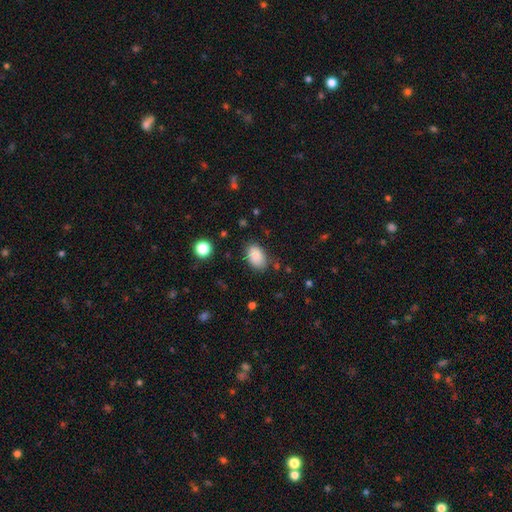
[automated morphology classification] smooth 88%, star or artifact 8%, featured or disk 4%. Down the decision tree: how rounded — in between (89%); merging — none (81%).